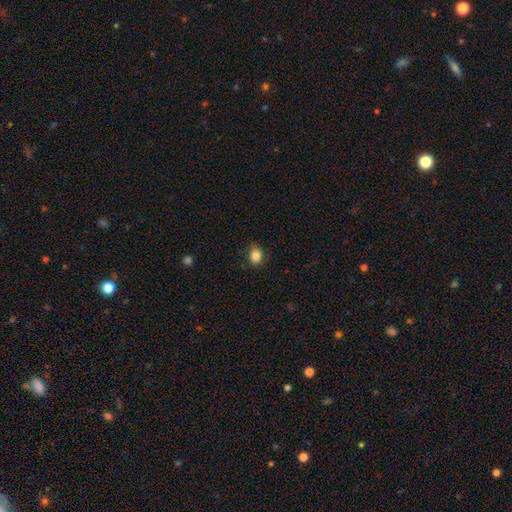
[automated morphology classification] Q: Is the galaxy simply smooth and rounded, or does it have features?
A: smooth — 85%.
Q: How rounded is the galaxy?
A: round — 50%.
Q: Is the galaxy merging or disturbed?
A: none — 77%.